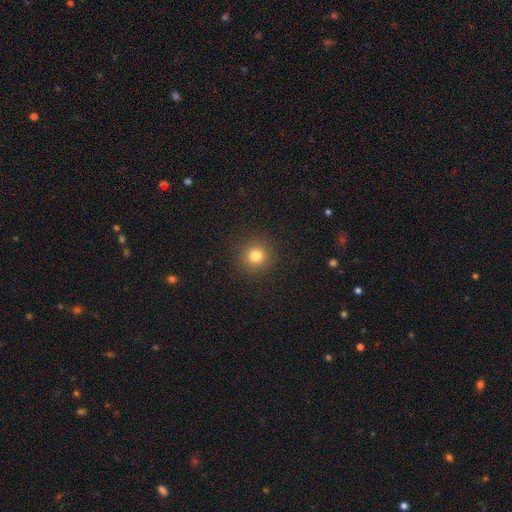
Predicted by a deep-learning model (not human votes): smooth 80%, star or artifact 14%, featured or disk 6%. Down the decision tree: how rounded — round (94%); merging — none (91%).